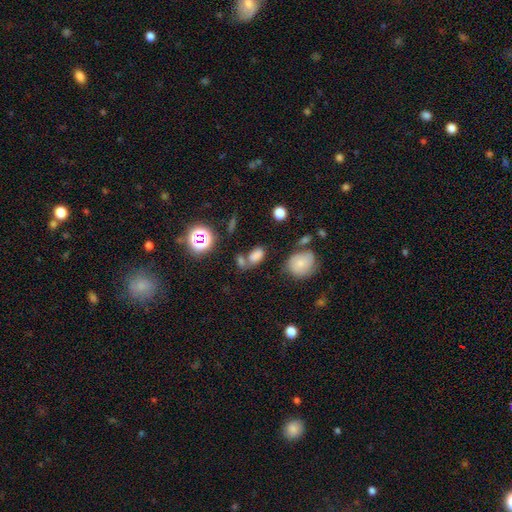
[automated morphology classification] type=smooth (75%); roundness=in between (86%); merging=none (46%).